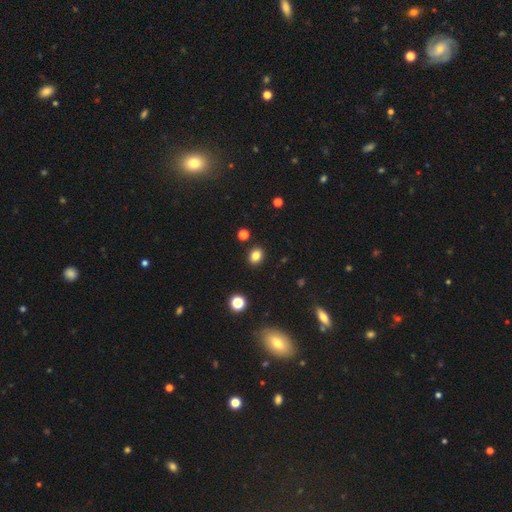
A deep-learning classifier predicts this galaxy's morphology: Smooth or featured? Predicted: smooth (p=0.82). How rounded? Predicted: in between (p=0.52). Merging? Predicted: none (p=0.89).